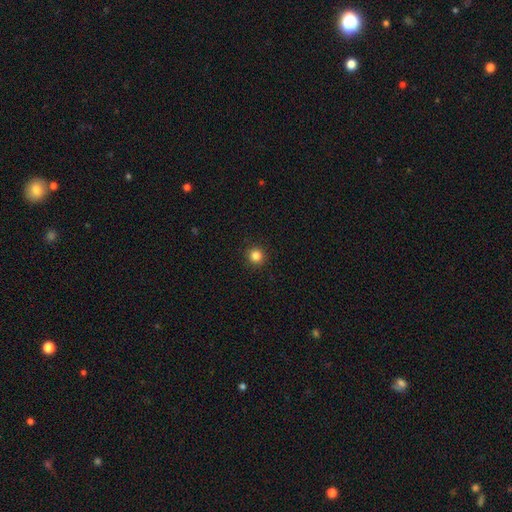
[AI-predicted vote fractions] Smooth or featured?
  - smooth: 84% *
  - star or artifact: 12%
  - featured or disk: 4%
How rounded?
  - round: 95% *
  - in between: 4%
  - cigar-shaped: 1%
Merging?
  - none: 93% *
  - minor disturbance: 5%
  - major disturbance: 2%
  - merger: 1%